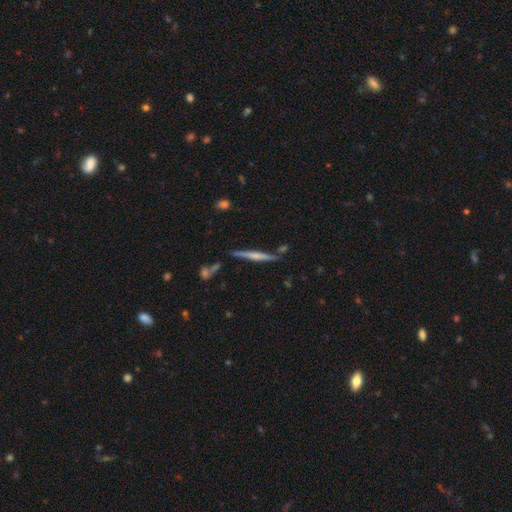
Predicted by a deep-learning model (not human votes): Smooth or featured? Predicted: featured or disk (p=0.58). Edge-on disk? Predicted: yes (p=0.97). Edge-on bulge? Predicted: rounded (p=0.53). Merging? Predicted: none (p=0.82).